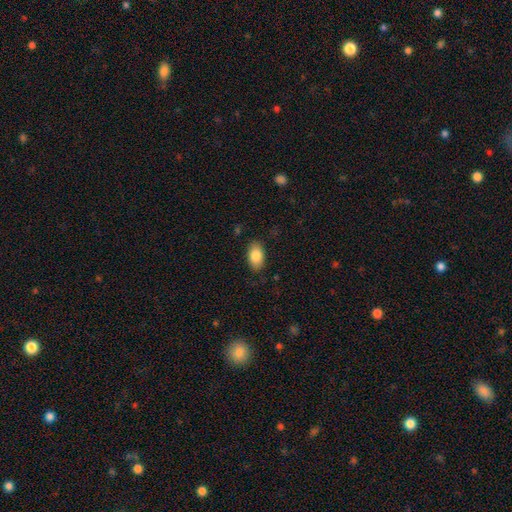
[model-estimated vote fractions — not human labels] The model was most divided on "merging": none: 84%, minor disturbance: 12%, major disturbance: 3%, merger: 1%. More confident: how rounded — in between (92%); smooth or featured — smooth (84%).